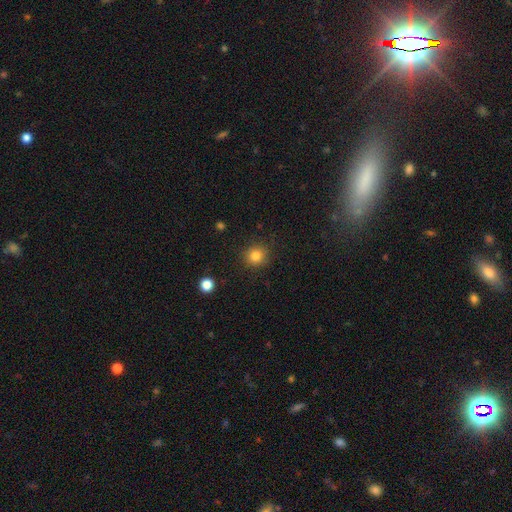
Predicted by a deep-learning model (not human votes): Smooth or featured? smooth (82%)
How rounded? round (92%)
Merging? none (89%)